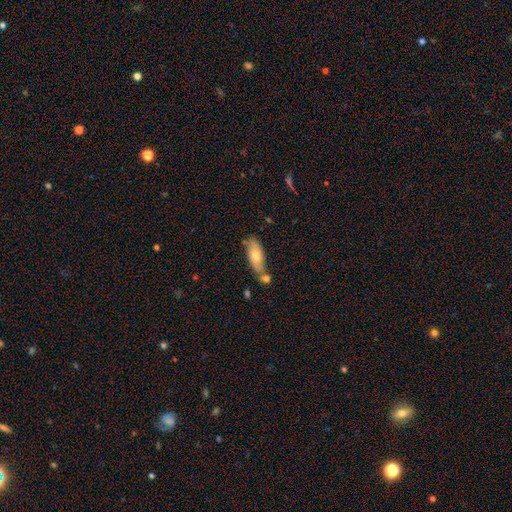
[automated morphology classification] smooth-or-featured: smooth: 70% | featured or disk: 24% | star or artifact: 6%
  how-rounded: in between: 74% | cigar-shaped: 23% | round: 2%
  merging: none: 57% | merger: 20% | minor disturbance: 18% | major disturbance: 4%